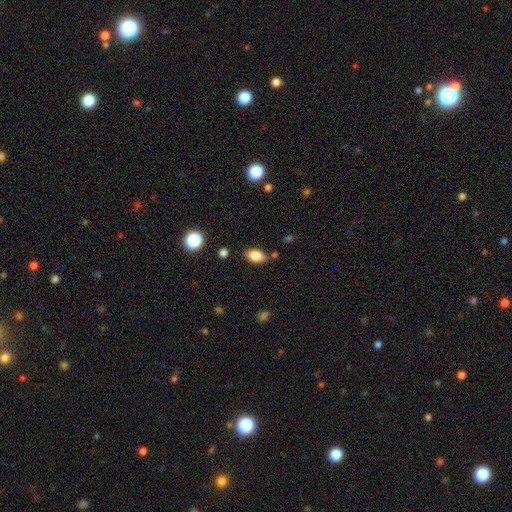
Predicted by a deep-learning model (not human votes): Q: Smooth or featured?
A: smooth (84%); runner-up: star or artifact (9%)
Q: How rounded?
A: in between (90%); runner-up: round (8%)
Q: Merging?
A: none (79%); runner-up: minor disturbance (14%)